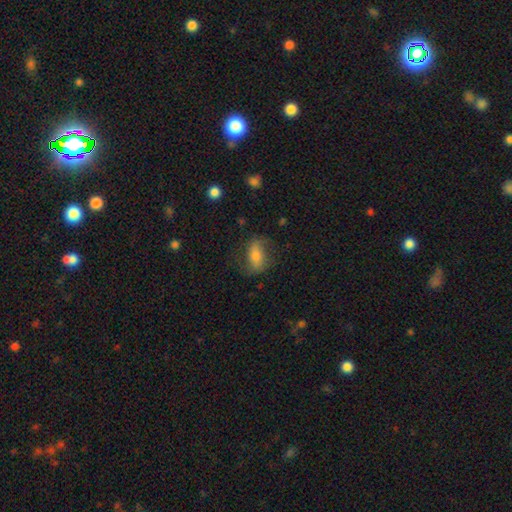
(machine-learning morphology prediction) Smooth or featured? smooth (54%)
How rounded? in between (82%)
Merging? none (66%)